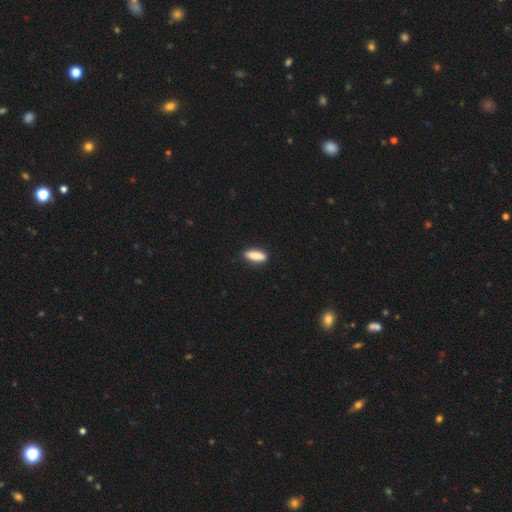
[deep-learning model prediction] smooth-or-featured: smooth: 86% | featured or disk: 8% | star or artifact: 6%
  how-rounded: in between: 57% | cigar-shaped: 40% | round: 2%
  merging: none: 87% | minor disturbance: 10% | major disturbance: 2% | merger: 1%